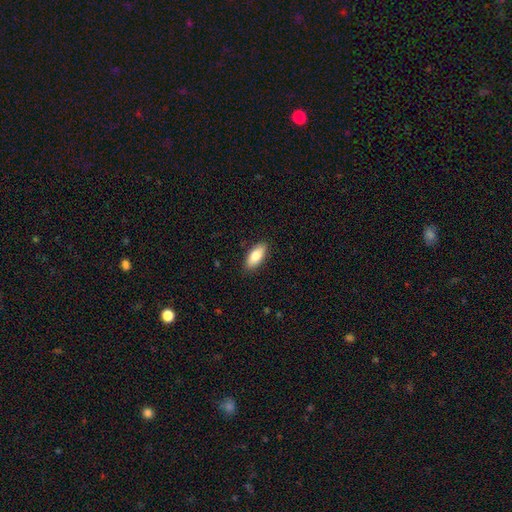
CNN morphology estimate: smooth 81%, featured or disk 12%, star or artifact 6%. Down the decision tree: how rounded — in between (84%); merging — none (88%).